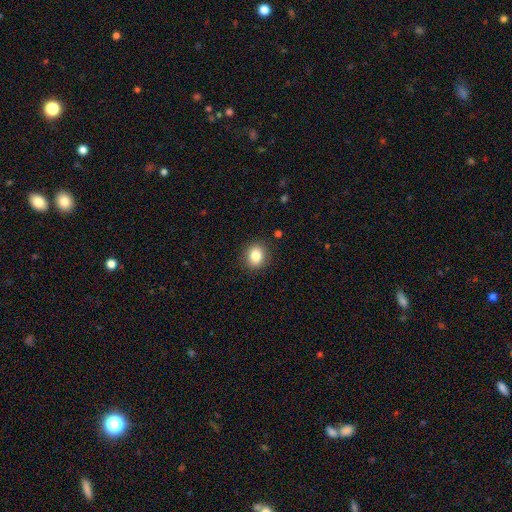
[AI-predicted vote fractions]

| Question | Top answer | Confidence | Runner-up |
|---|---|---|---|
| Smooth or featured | smooth | 83% | star or artifact (10%) |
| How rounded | round | 67% | in between (32%) |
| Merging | none | 89% | minor disturbance (8%) |